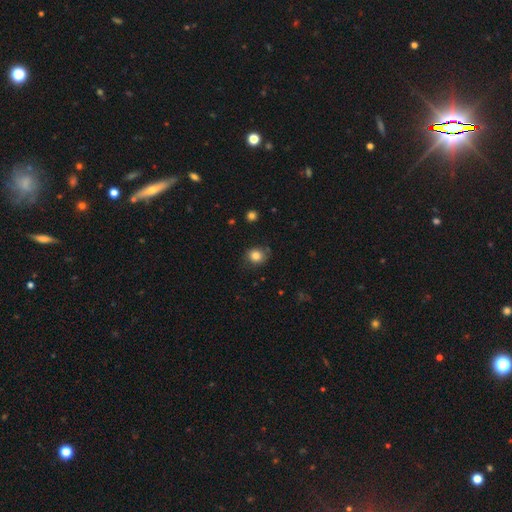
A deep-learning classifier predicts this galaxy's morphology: Smooth or featured?
  - smooth: 83% *
  - star or artifact: 11%
  - featured or disk: 7%
How rounded?
  - round: 78% *
  - in between: 21%
  - cigar-shaped: 1%
Merging?
  - none: 80% *
  - minor disturbance: 15%
  - major disturbance: 3%
  - merger: 2%